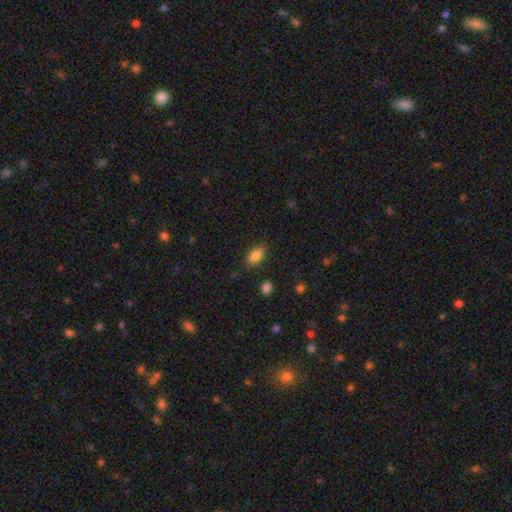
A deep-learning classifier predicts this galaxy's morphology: This is clearly a smooth galaxy (85%). How rounded: clearly in between (89%). Merging: clearly none (83%).